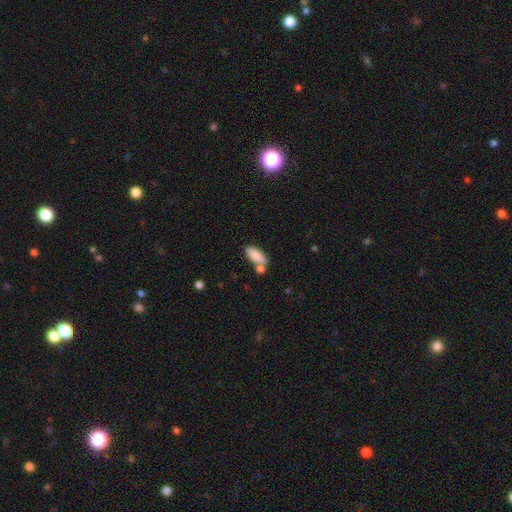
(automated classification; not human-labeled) Smooth or featured? Predicted: smooth (p=0.86). How rounded? Predicted: in between (p=0.83). Merging? Predicted: none (p=0.57).